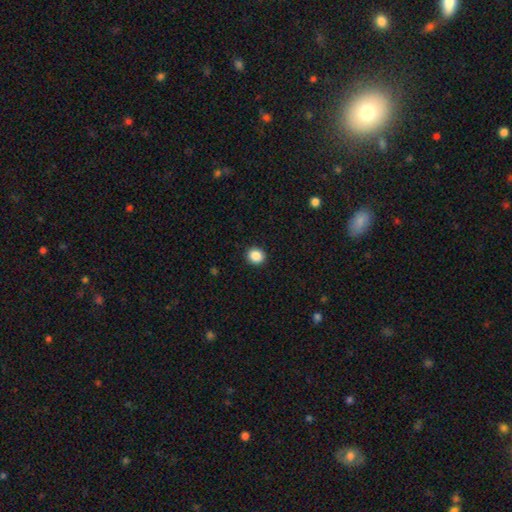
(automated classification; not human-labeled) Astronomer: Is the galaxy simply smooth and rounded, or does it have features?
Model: smooth — 87%.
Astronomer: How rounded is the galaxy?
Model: round — 83%.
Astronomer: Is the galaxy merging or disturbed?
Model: none — 92%.